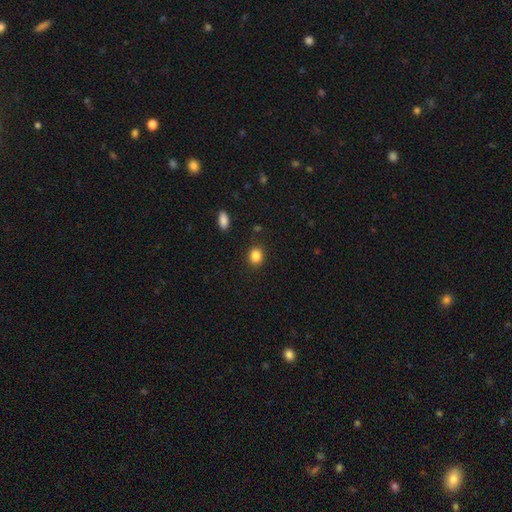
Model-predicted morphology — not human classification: Smooth or featured? smooth (86%)
How rounded? round (63%)
Merging? none (88%)